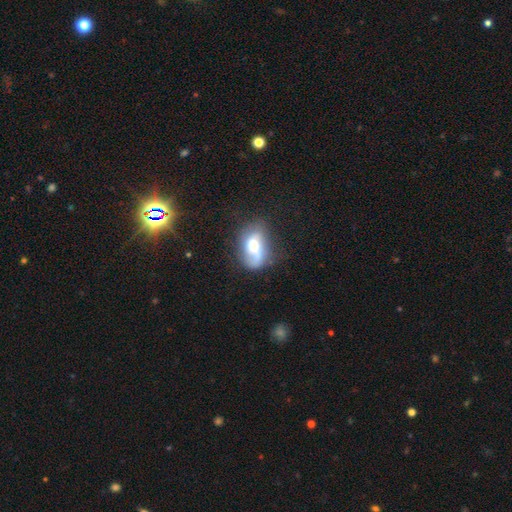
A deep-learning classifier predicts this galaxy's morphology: This is possibly a featured or disk galaxy (51%). It is clearly not viewed edge-on (94%). Merging: possibly none (51%).